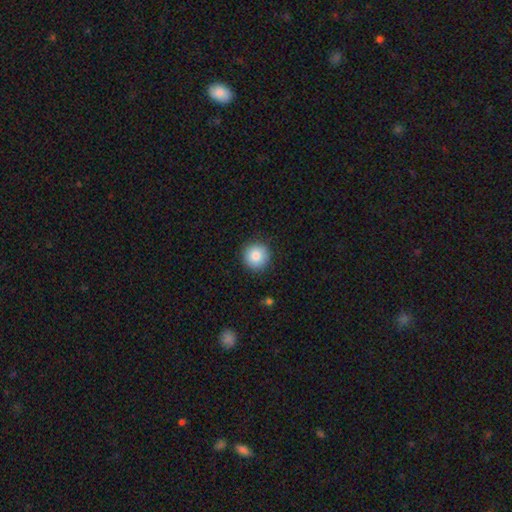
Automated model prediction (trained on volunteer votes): Overall: smooth (83%). How rounded: round (94%). Merging: none (89%).